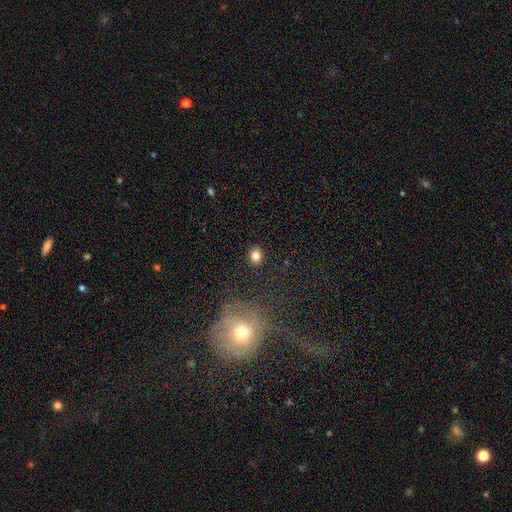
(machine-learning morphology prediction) type=smooth (82%); roundness=round (77%); merging=none (89%).